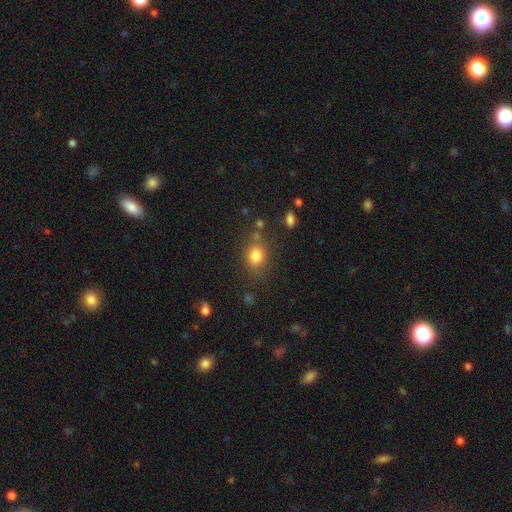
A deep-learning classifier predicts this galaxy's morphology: A smooth galaxy with no disk features (80%) that is round (57%). Merging: none (73%).